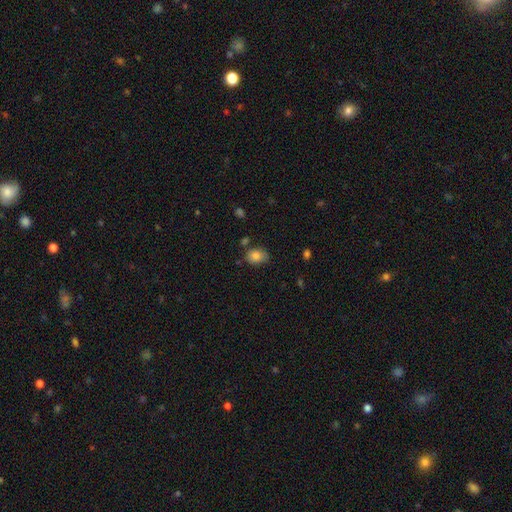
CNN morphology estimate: type=smooth (83%); roundness=in between (64%); merging=none (64%).